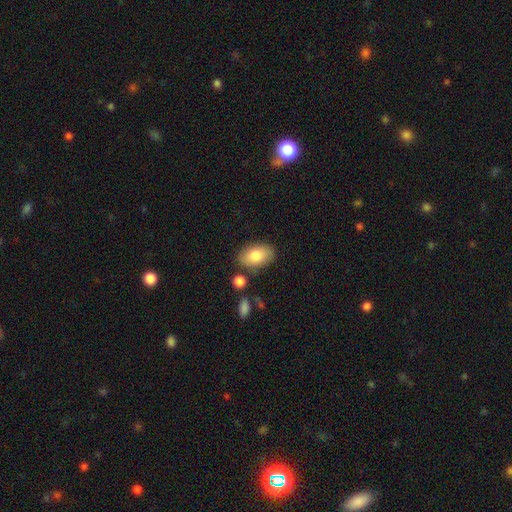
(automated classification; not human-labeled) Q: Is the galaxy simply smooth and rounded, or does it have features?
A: smooth — 81%.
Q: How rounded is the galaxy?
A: in between — 91%.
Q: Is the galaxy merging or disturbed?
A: none — 79%.